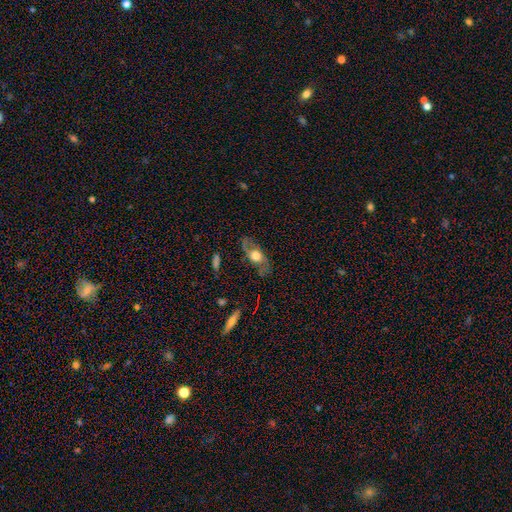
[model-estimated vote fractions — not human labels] smooth_or_featured: featured or disk (p=0.56) [alt: smooth p=0.37]
disk_edge_on: no (p=0.67) [alt: yes p=0.33]
merging: none (p=0.73) [alt: minor disturbance p=0.17]